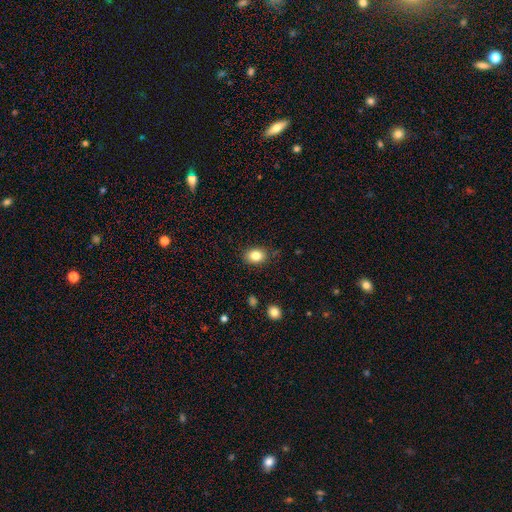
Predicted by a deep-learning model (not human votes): The model was most divided on "how rounded": in between: 65%, round: 34%, cigar-shaped: 1%. More confident: merging — none (85%); smooth or featured — smooth (84%).